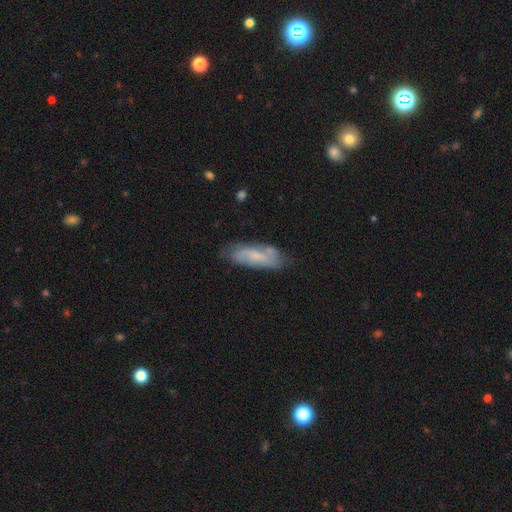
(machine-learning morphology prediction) A smooth galaxy with no disk features (48%). Merging: none (70%).